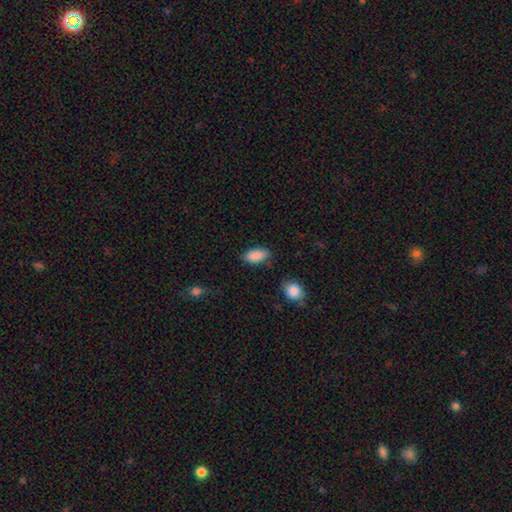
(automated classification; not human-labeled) A smooth galaxy with no disk features (88%) that is in between round and cigar-shaped (91%). Merging: none (79%).